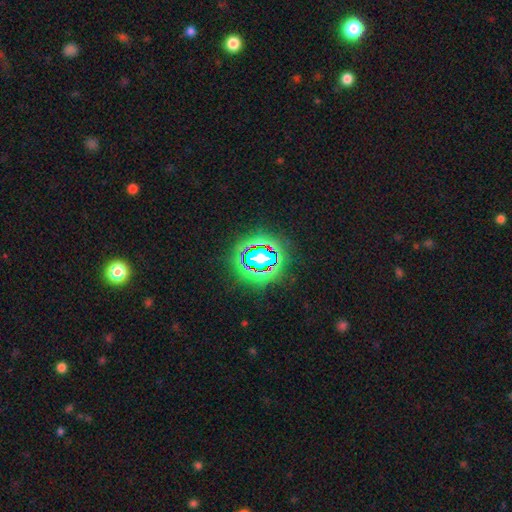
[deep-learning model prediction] A star or artifact, not a galaxy (81%).

Vote fractions:
- Smooth or featured? star or artifact: 81% / smooth: 12% / featured or disk: 8%